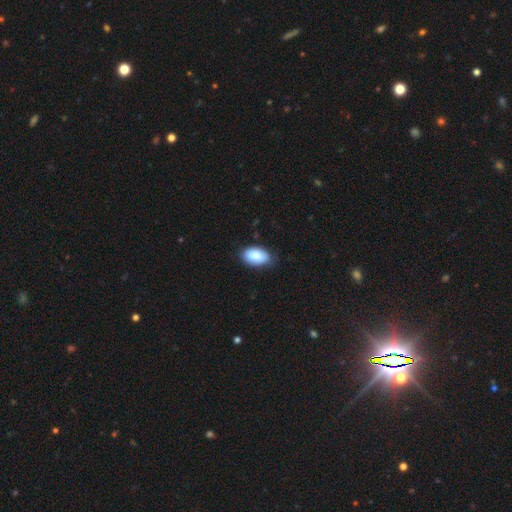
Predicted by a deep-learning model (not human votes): Smooth or featured? smooth (87%)
How rounded? in between (94%)
Merging? none (79%)